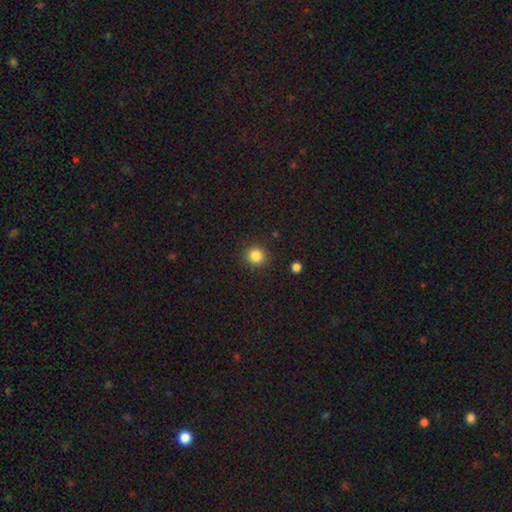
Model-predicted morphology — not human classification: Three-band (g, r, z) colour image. It shows a smooth galaxy with no disk features (85%) that is round (91%). Merging: none (90%).